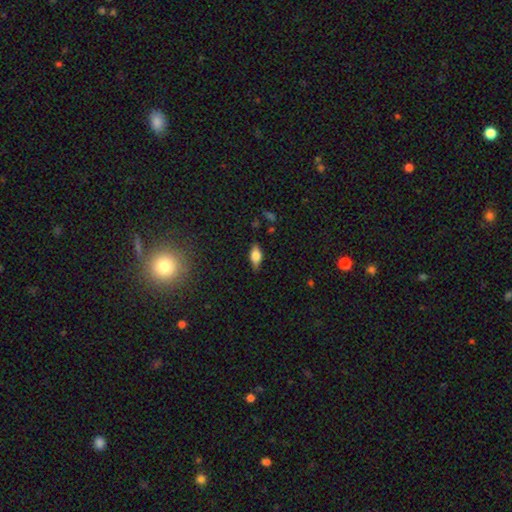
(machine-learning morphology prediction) smooth_or_featured: smooth (p=0.60) [alt: featured or disk p=0.31]
how_rounded: in between (p=0.80) [alt: cigar-shaped p=0.14]
merging: none (p=0.82) [alt: minor disturbance p=0.14]